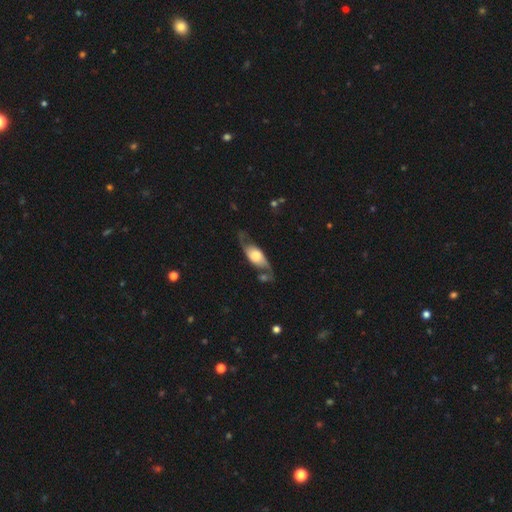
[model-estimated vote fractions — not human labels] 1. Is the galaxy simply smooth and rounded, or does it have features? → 67% featured or disk, 27% smooth, 6% star or artifact.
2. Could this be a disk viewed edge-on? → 70% no, 30% yes.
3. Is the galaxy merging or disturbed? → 59% none, 22% minor disturbance, 11% major disturbance, 8% merger.